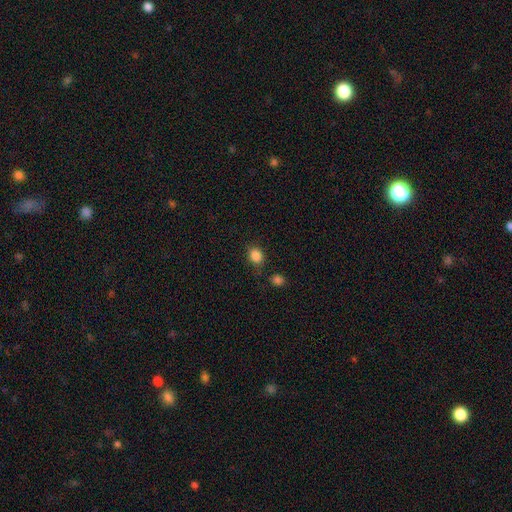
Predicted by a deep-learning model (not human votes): smooth_or_featured: smooth (p=0.86) [alt: star or artifact p=0.10]
how_rounded: round (p=0.53) [alt: in between p=0.46]
merging: none (p=0.76) [alt: minor disturbance p=0.14]